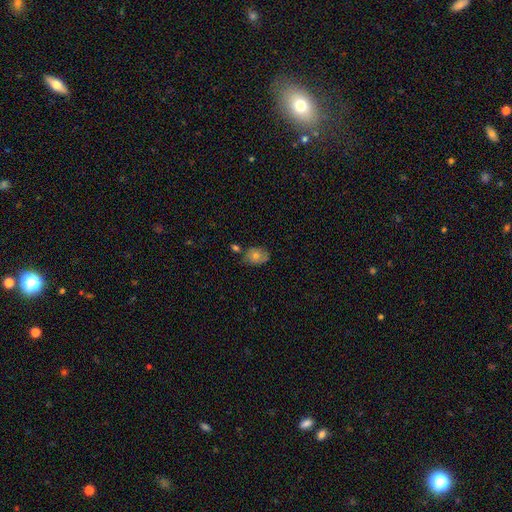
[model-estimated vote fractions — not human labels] smooth 65%, featured or disk 24%, star or artifact 11%. Down the decision tree: how rounded — in between (53%); merging — none (63%).